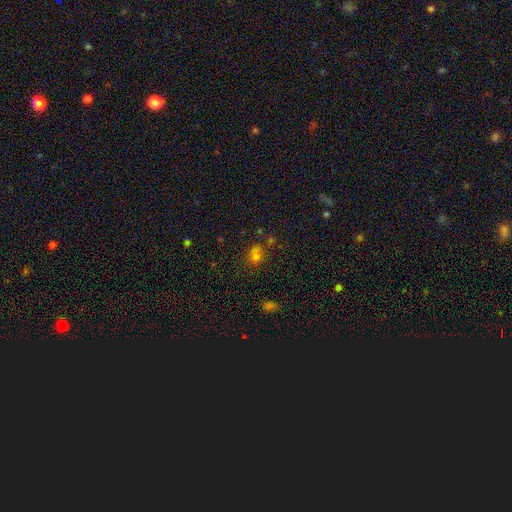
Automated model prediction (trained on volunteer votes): Overall: smooth (69%). How rounded: round (59%; in between 39%). Merging: none (52%; merger 22%).